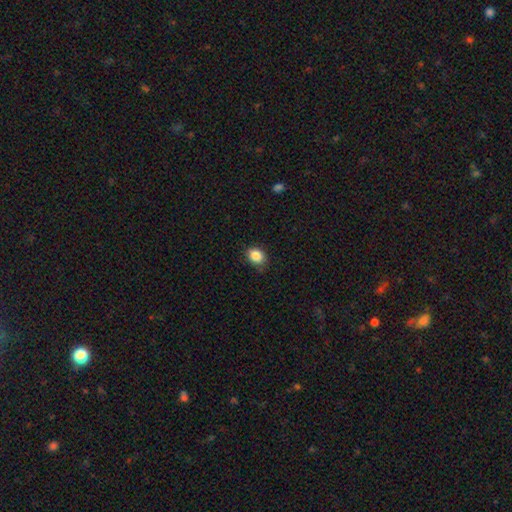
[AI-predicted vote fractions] Smooth or featured? smooth (86%)
How rounded? in between (53%)
Merging? none (78%)